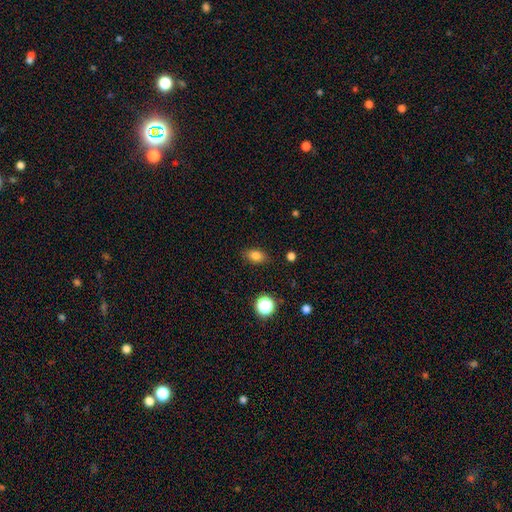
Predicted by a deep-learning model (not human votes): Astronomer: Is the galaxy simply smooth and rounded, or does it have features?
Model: smooth — 81%.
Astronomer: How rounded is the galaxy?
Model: in between — 79%.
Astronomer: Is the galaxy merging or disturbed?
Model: none — 86%.